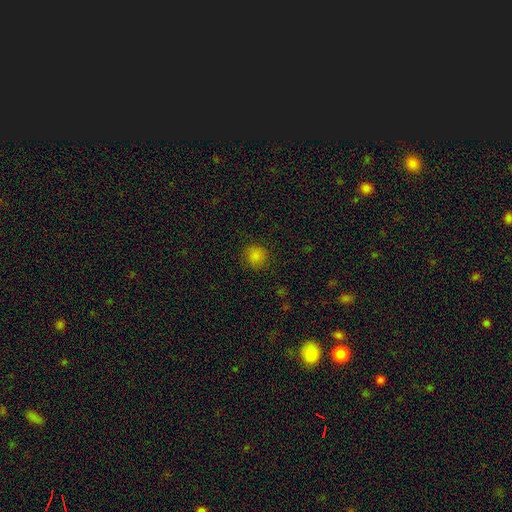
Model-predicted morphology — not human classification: A smooth galaxy with no disk features (83%) that is round (89%). Merging: none (85%).